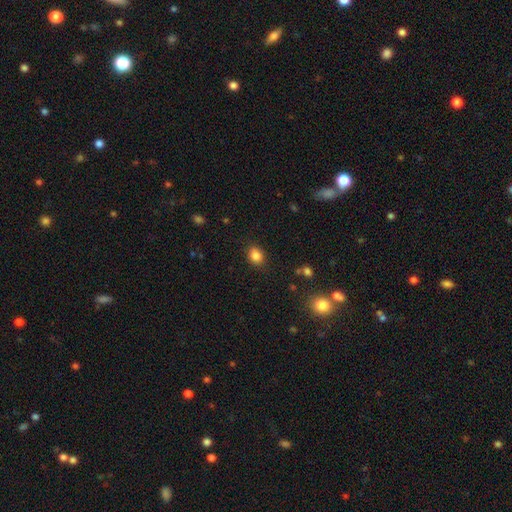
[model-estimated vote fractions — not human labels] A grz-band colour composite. It shows a smooth galaxy with no disk features (84%) that is in between round and cigar-shaped (54%). Merging: none (85%).